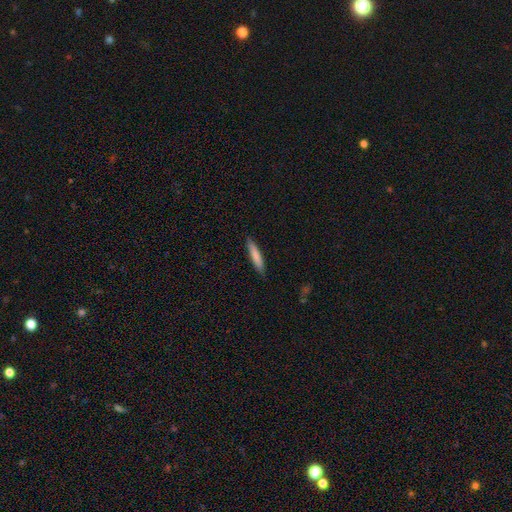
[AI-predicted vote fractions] smooth 79%, featured or disk 16%, star or artifact 5%. Down the decision tree: how rounded — cigar-shaped (90%); merging — none (88%).